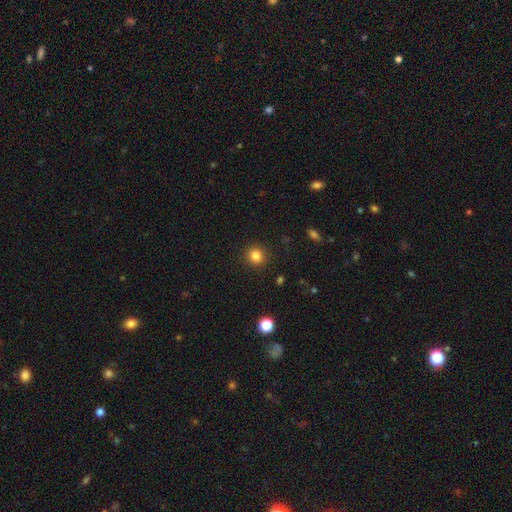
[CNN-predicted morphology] This is clearly a smooth galaxy (83%). How rounded: clearly round (91%). Merging: clearly none (91%).